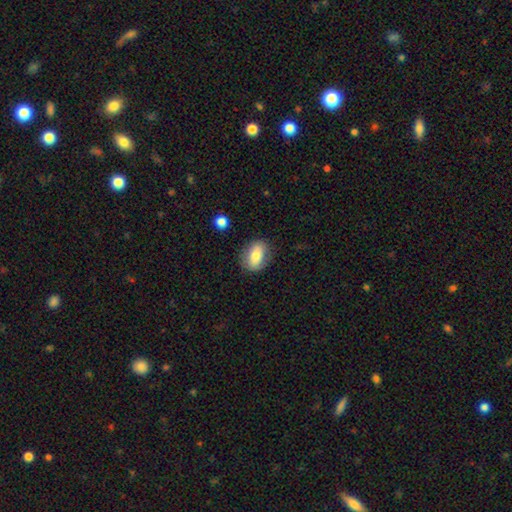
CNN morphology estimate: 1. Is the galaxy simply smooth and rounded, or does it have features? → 73% smooth, 19% featured or disk, 7% star or artifact.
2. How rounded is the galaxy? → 79% in between, 18% round, 3% cigar-shaped.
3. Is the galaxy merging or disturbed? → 80% none, 14% minor disturbance, 4% major disturbance, 2% merger.